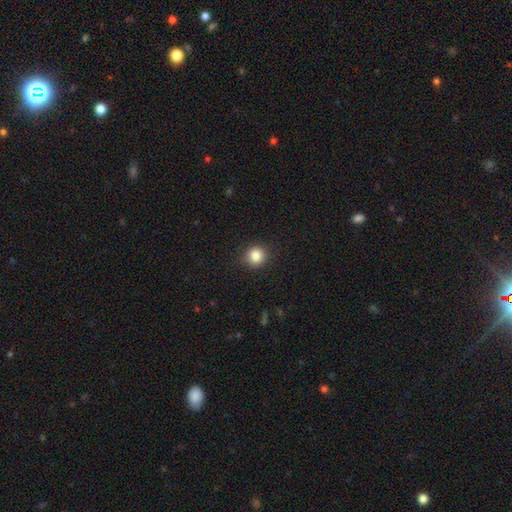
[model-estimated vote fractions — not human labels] Morphology: type=smooth (84%); roundness=round (89%); merging=none (90%).